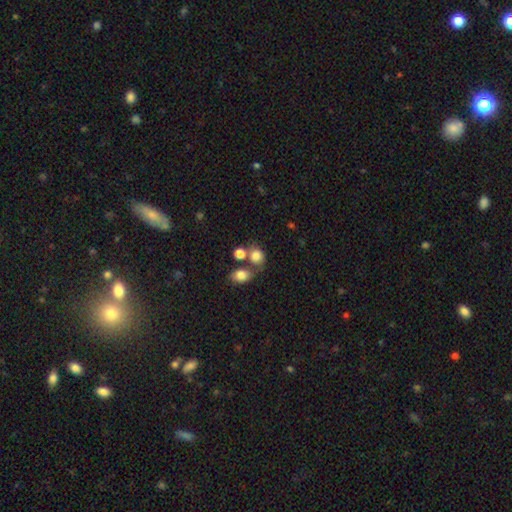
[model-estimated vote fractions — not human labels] Smooth or featured: smooth — 79% (star or artifact — 11%)
How rounded: round — 60% (in between — 38%)
Merging: none — 43% (merger — 37%)